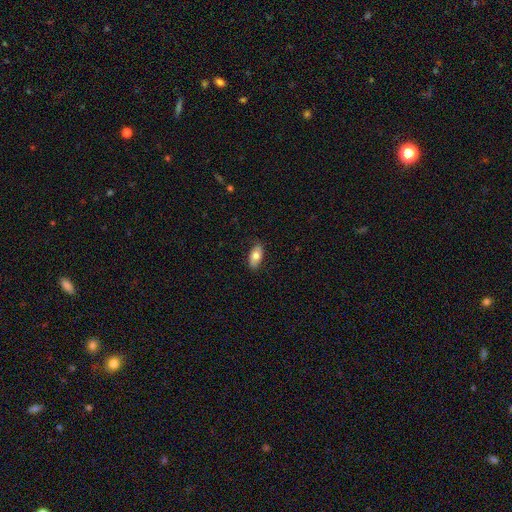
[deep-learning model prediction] Overall: smooth (76%). How rounded: in between (90%). Merging: none (84%).